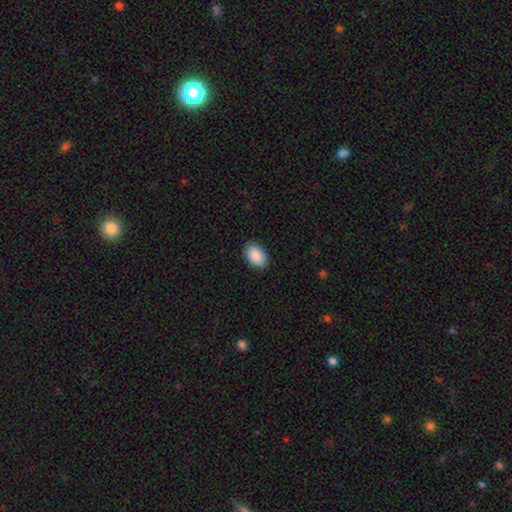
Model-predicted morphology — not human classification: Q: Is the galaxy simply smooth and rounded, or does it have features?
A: smooth — 91%.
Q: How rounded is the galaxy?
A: in between — 91%.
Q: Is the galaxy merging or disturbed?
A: none — 89%.